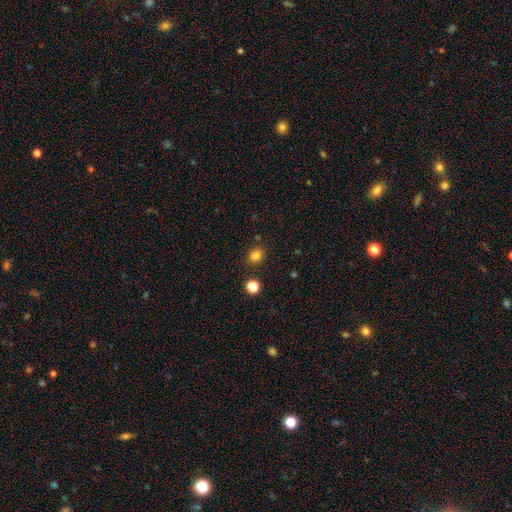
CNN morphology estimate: Smooth or featured: smooth — 82% (star or artifact — 14%)
How rounded: round — 73% (in between — 26%)
Merging: none — 83% (minor disturbance — 10%)